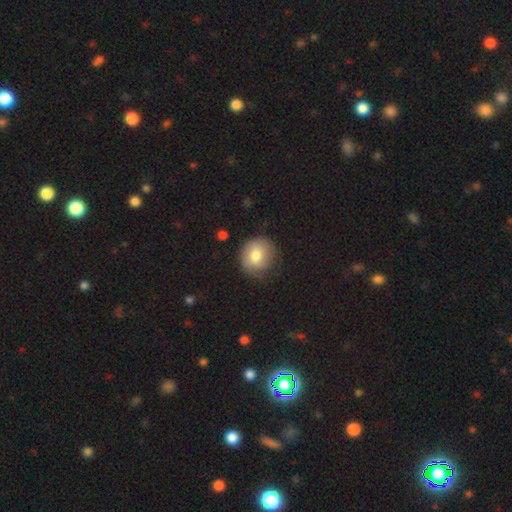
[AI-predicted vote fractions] A smooth galaxy with no disk features (62%) that is round (85%). Merging: none (72%).